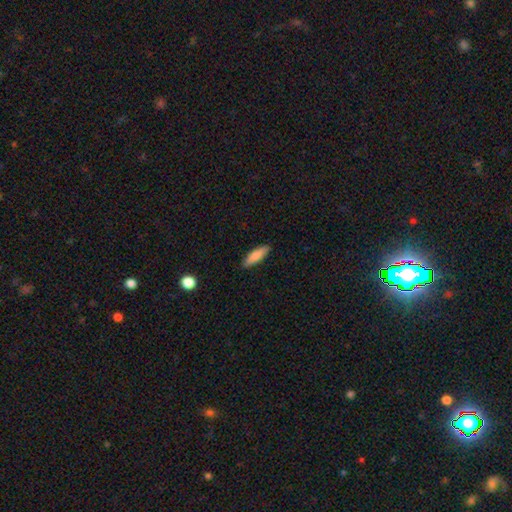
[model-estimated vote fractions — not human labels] Overall: smooth (82%). How rounded: cigar-shaped (63%; in between 35%). Merging: none (88%).